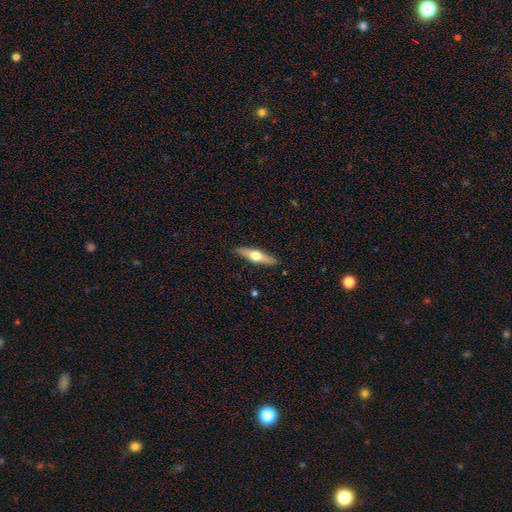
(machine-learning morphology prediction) smooth_or_featured: featured or disk (p=0.53) [alt: smooth p=0.41]
disk_edge_on: yes (p=0.92) [alt: no p=0.08]
merging: none (p=0.89) [alt: minor disturbance p=0.08]